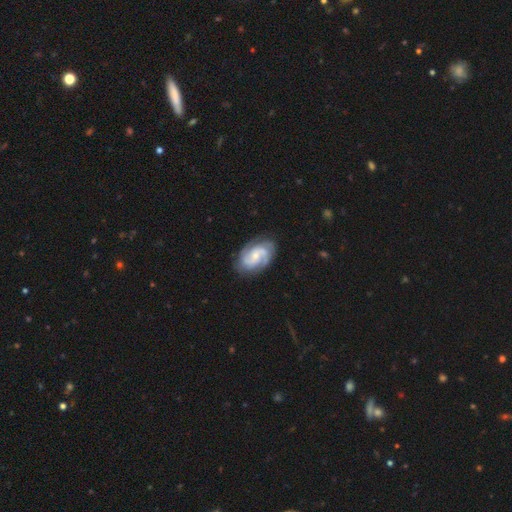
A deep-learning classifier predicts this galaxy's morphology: Smooth or featured? Predicted: featured or disk (p=0.86). Edge-on disk? Predicted: no (p=0.98). Bar? Predicted: no (p=0.57). Spiral arms? Predicted: yes (p=0.97). Spiral winding? Predicted: medium (p=0.47). Spiral arm count? Predicted: 2 (p=0.58). Bulge size? Predicted: small (p=0.61). Merging? Predicted: none (p=0.79).